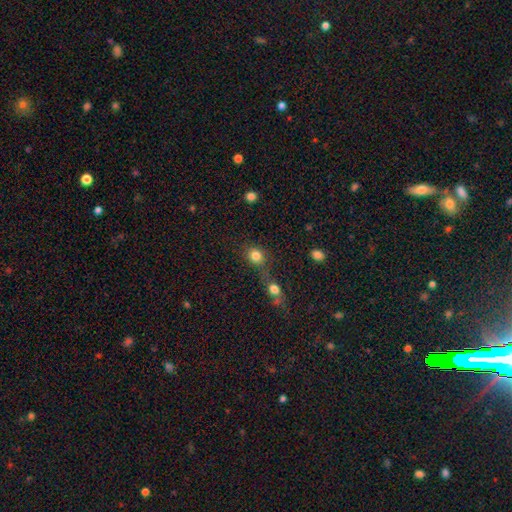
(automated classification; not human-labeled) This is clearly a smooth galaxy (82%). How rounded: likely round (77%). Merging: possibly none (58%).